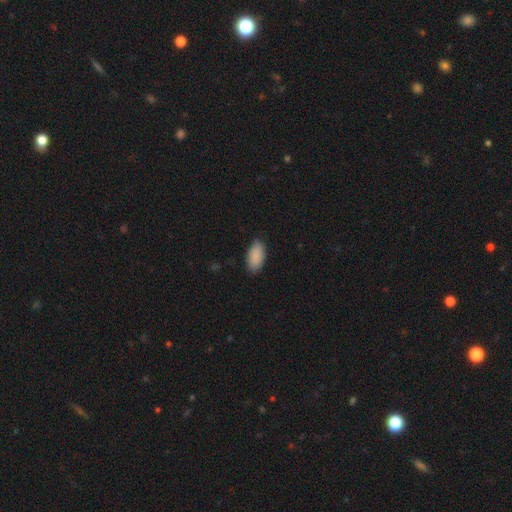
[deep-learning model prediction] Smooth or featured? Predicted: smooth (p=0.89). How rounded? Predicted: in between (p=0.94). Merging? Predicted: none (p=0.84).